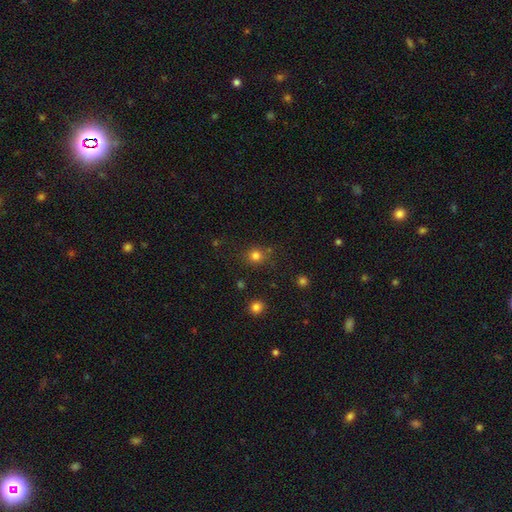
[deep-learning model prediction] This is likely a smooth galaxy (79%). How rounded: clearly round (88%). Merging: likely none (79%).